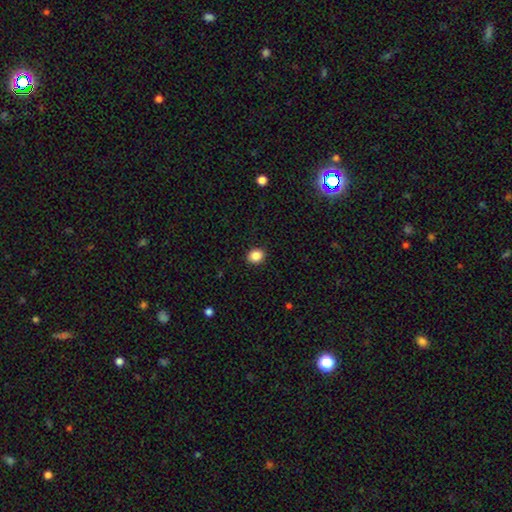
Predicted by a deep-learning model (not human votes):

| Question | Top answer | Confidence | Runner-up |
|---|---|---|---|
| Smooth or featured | smooth | 86% | star or artifact (10%) |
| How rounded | round | 69% | in between (31%) |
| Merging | none | 91% | minor disturbance (6%) |